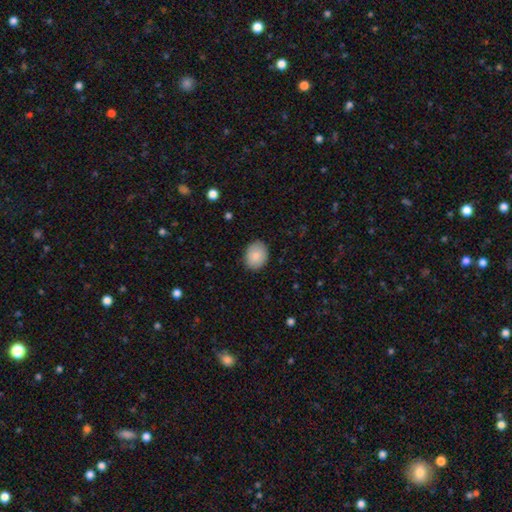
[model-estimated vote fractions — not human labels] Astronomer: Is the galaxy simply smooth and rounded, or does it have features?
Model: smooth — 87%.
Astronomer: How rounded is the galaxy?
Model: in between — 59% (runner-up: round, 40%).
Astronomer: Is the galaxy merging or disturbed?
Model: none — 85%.